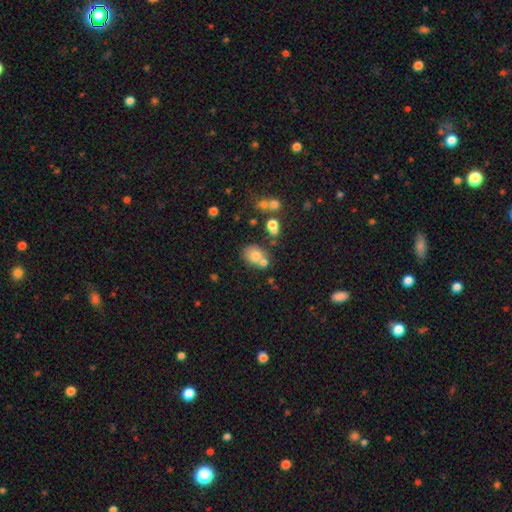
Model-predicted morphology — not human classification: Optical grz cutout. It shows a smooth galaxy with no disk features (70%) that is in between round and cigar-shaped (53%). Merging: none (48%).